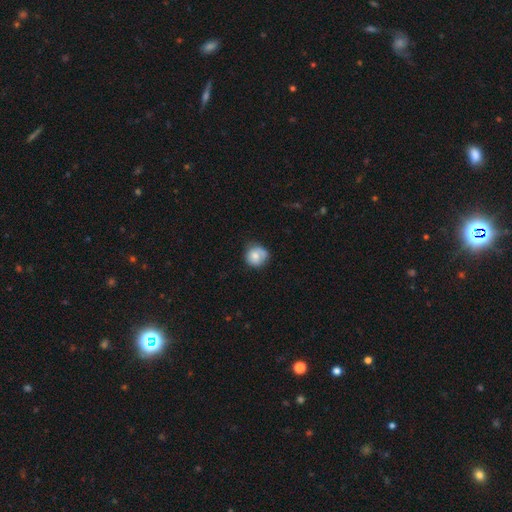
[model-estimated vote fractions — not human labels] smooth 73%, featured or disk 19%, star or artifact 8%. Down the decision tree: how rounded — round (86%); merging — none (60%).